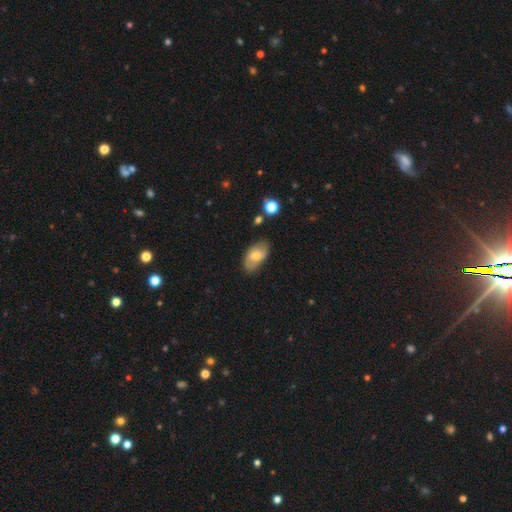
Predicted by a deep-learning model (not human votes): Smooth or featured: smooth — 64% (featured or disk — 29%)
How rounded: in between — 93% (round — 5%)
Merging: none — 73% (minor disturbance — 20%)